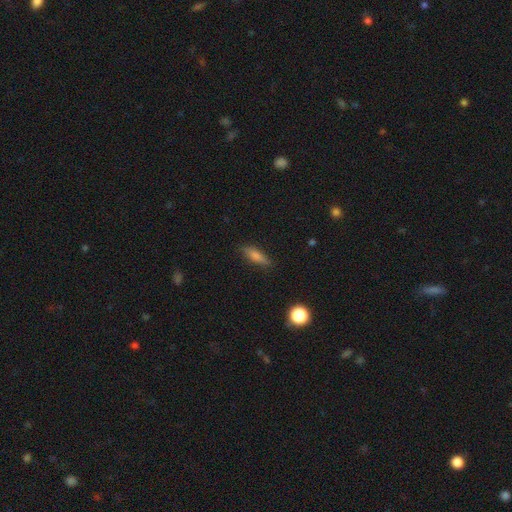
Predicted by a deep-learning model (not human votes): Morphology: type=smooth (67%); roundness=cigar-shaped (59%); merging=none (85%).